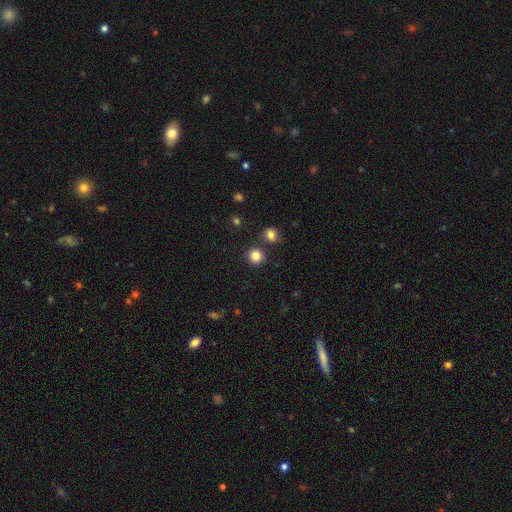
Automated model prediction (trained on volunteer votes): A smooth galaxy with no disk features (84%) that is round (92%). Merging: none (84%).